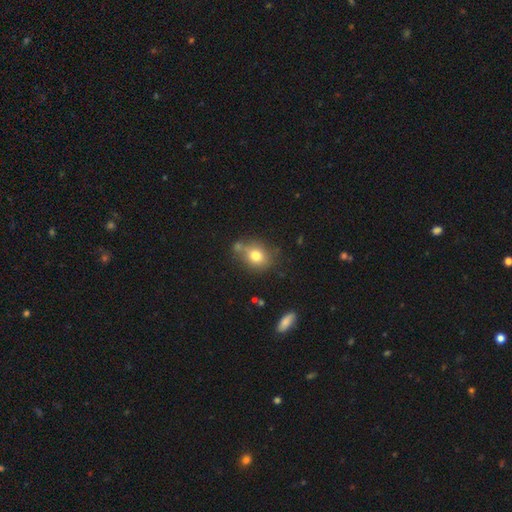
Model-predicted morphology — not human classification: smooth 77%, featured or disk 12%, star or artifact 12%. Down the decision tree: how rounded — round (62%); merging — none (67%).